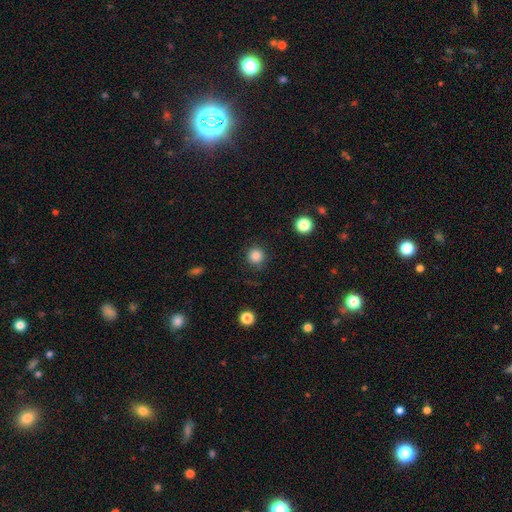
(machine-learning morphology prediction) smooth 85%, star or artifact 11%, featured or disk 4%. Down the decision tree: how rounded — round (95%); merging — none (87%).